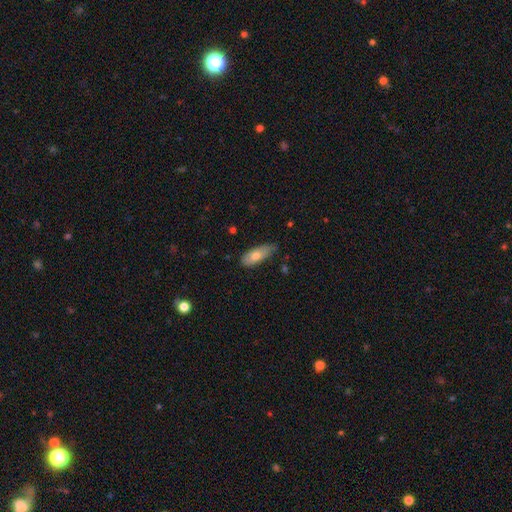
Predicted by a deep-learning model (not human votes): Morphology: type=smooth (70%); roundness=in between (77%); merging=none (61%).